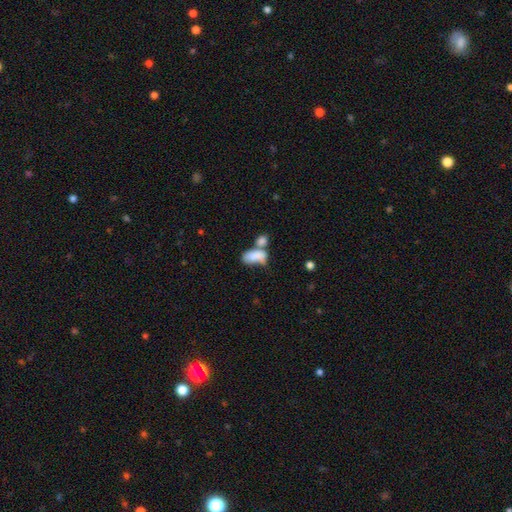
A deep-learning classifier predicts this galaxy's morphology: type=smooth (76%); roundness=in between (90%); merging=merger (59%).